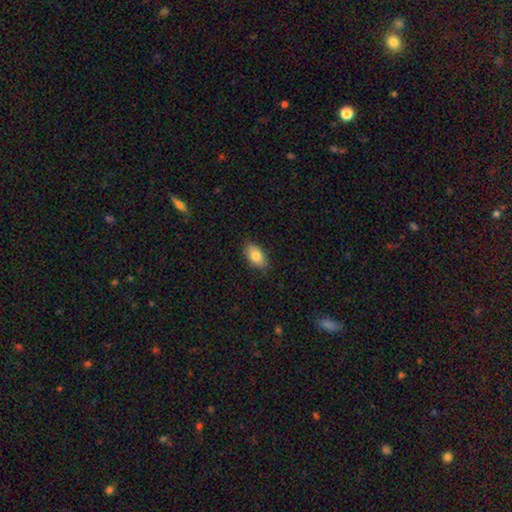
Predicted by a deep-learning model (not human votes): Overall: smooth (82%). How rounded: in between (92%). Merging: none (85%).